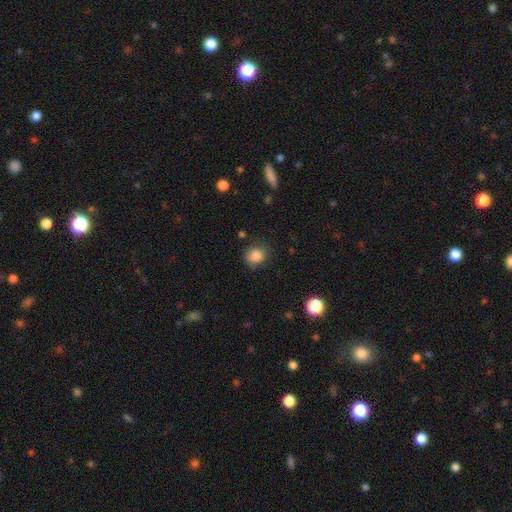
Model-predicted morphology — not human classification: Smooth or featured: smooth — 85% (star or artifact — 10%)
How rounded: round — 72% (in between — 27%)
Merging: none — 75% (minor disturbance — 18%)